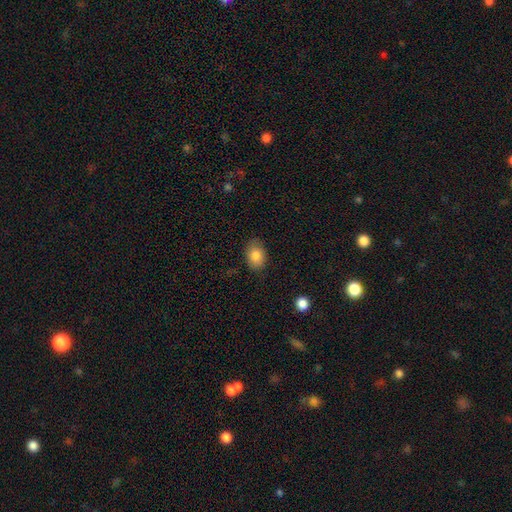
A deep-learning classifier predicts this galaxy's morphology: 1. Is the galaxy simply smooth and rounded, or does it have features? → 83% smooth, 9% featured or disk, 8% star or artifact.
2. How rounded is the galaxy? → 76% in between, 23% round, 1% cigar-shaped.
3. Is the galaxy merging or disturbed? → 83% none, 13% minor disturbance, 3% major disturbance, 1% merger.